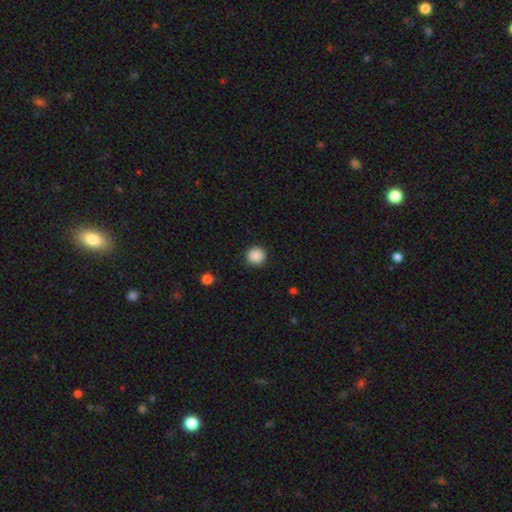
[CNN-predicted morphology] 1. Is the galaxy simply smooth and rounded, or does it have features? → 89% smooth, 9% star or artifact, 2% featured or disk.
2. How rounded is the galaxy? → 94% round, 6% in between, 1% cigar-shaped.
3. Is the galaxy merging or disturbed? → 92% none, 5% minor disturbance, 2% major disturbance, 1% merger.